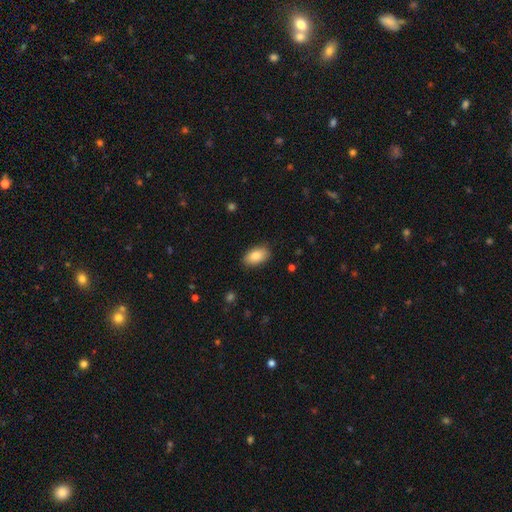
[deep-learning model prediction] Smooth or featured: smooth — 85% (featured or disk — 8%)
How rounded: in between — 93% (round — 5%)
Merging: none — 87% (minor disturbance — 10%)